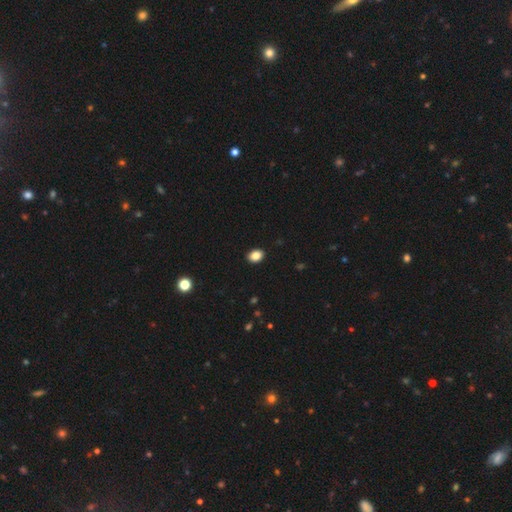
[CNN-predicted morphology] type=smooth (87%); roundness=in between (68%); merging=none (91%).